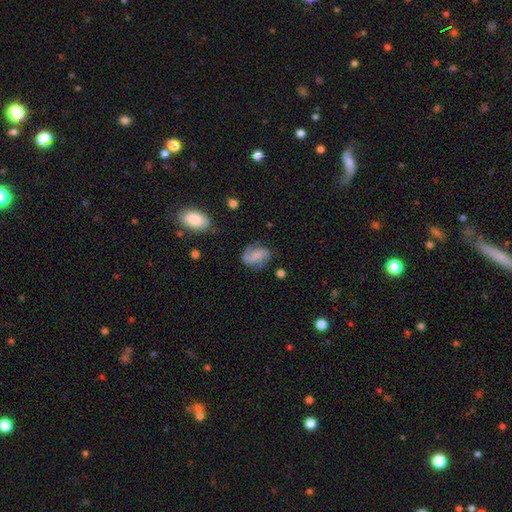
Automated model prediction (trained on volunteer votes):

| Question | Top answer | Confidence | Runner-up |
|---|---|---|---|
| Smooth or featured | featured or disk | 66% | smooth (26%) |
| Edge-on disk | no | 97% | yes (3%) |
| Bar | no | 55% | weak (35%) |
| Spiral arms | yes | 93% | no (7%) |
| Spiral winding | medium | 47% | loose (31%) |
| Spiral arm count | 2 | 85% | can't tell (6%) |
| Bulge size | none | 45% | small (28%) |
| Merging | none | 69% | minor disturbance (19%) |